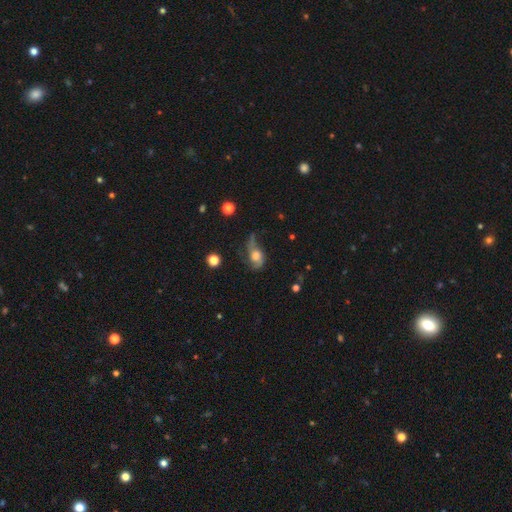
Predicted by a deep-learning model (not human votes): This appears to be a featured or disk galaxy (57%) with no bar (73%), spiral arms (83%) and a moderate central bulge (46%). Merging: none (37%).